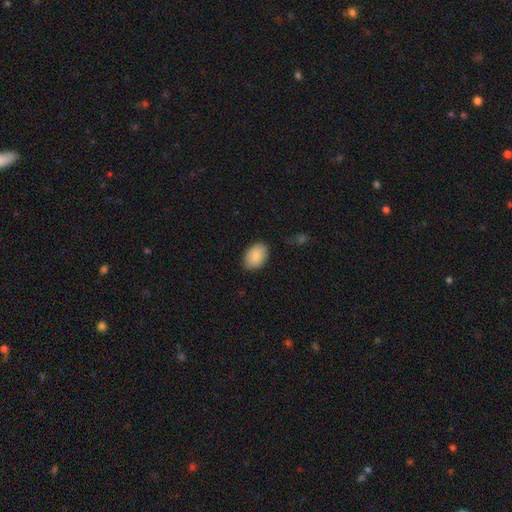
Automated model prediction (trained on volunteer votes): Smooth or featured? Predicted: smooth (p=0.89). How rounded? Predicted: in between (p=0.87). Merging? Predicted: none (p=0.86).